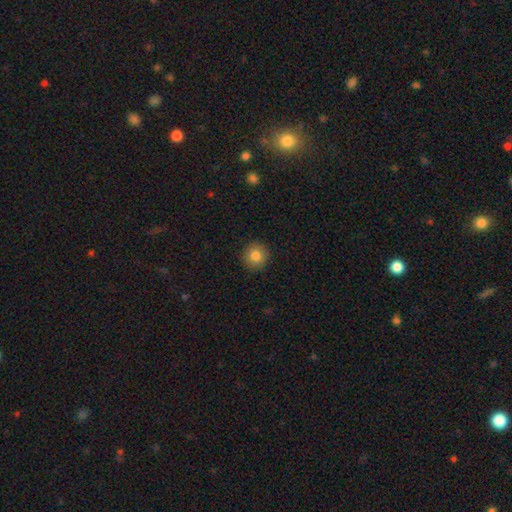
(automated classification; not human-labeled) Morphology: type=smooth (82%); roundness=round (93%); merging=none (91%).